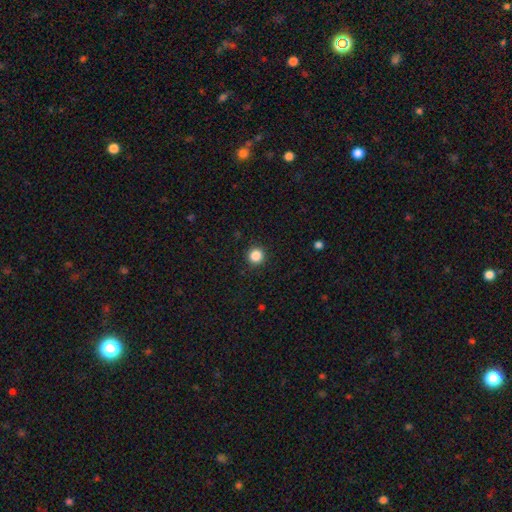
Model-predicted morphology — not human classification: smooth-or-featured: smooth: 86% | star or artifact: 11% | featured or disk: 3%
  how-rounded: round: 95% | in between: 4% | cigar-shaped: 1%
  merging: none: 92% | minor disturbance: 5% | major disturbance: 2% | merger: 1%